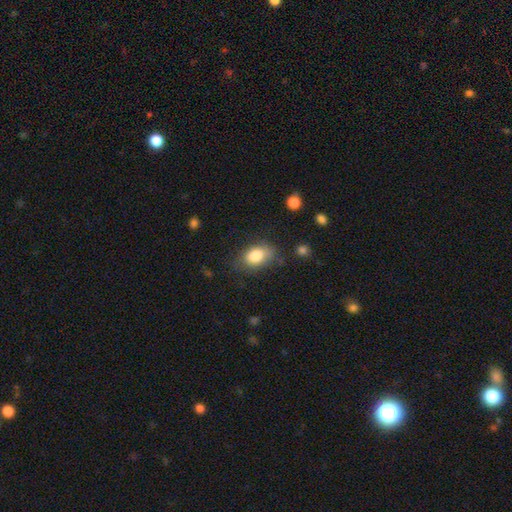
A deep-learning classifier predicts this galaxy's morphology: This is clearly a smooth galaxy (83%). How rounded: clearly in between (85%). Merging: likely none (68%).